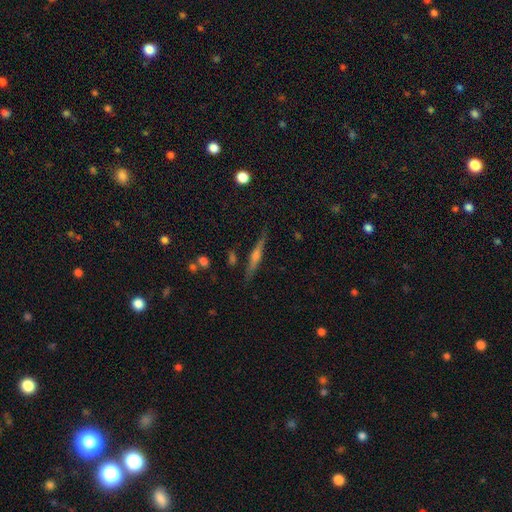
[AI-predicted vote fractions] This appears to be a featured or disk galaxy (68%) viewed edge-on (97%) with a rounded central bulge (75%). Merging: none (86%).